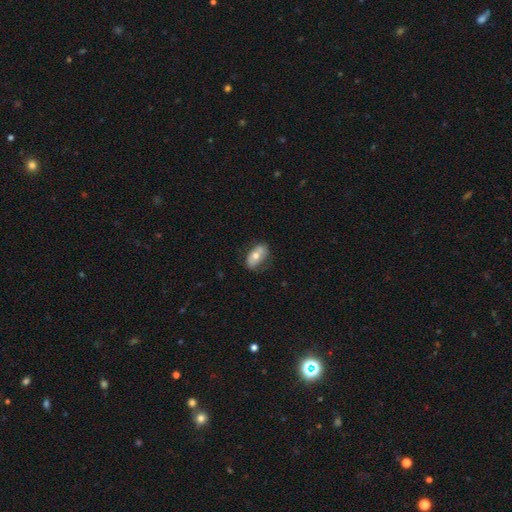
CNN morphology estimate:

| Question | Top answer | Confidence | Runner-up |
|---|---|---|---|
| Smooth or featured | smooth | 61% | featured or disk (32%) |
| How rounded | in between | 90% | round (6%) |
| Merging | none | 66% | minor disturbance (24%) |